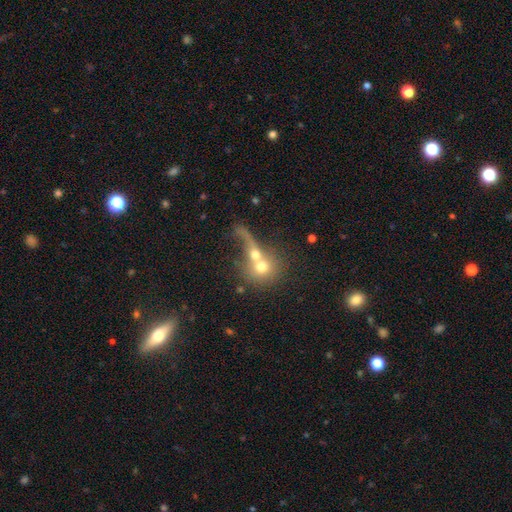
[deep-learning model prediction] Smooth or featured?
  - smooth: 49% *
  - featured or disk: 31%
  - star or artifact: 20%
Merging?
  - merger: 55% *
  - none: 28%
  - major disturbance: 9%
  - minor disturbance: 8%